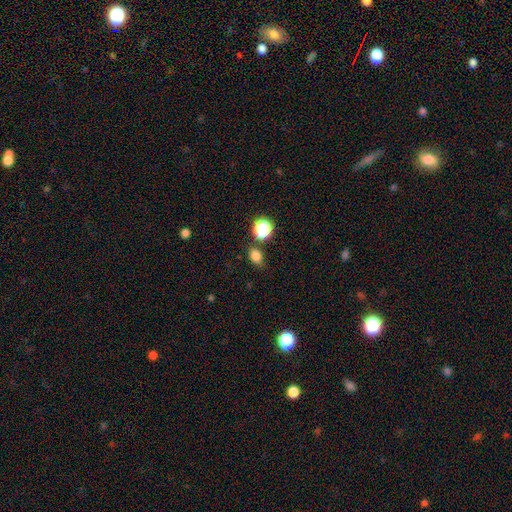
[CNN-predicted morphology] Smooth or featured?
  - smooth: 80% *
  - star or artifact: 15%
  - featured or disk: 5%
How rounded?
  - in between: 60% *
  - round: 39%
  - cigar-shaped: 1%
Merging?
  - none: 74% *
  - minor disturbance: 15%
  - merger: 7%
  - major disturbance: 4%